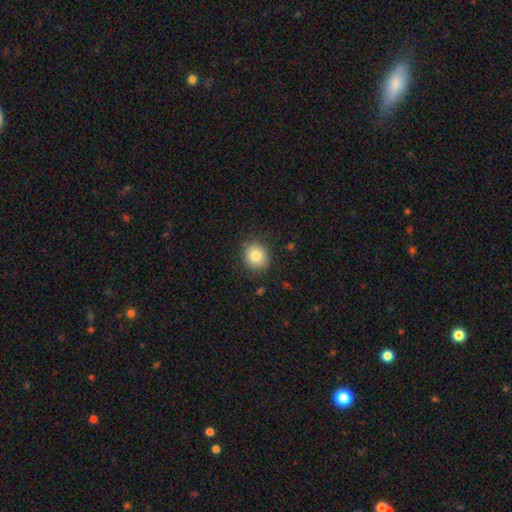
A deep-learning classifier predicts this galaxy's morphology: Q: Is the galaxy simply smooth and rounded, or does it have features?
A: smooth — 82%.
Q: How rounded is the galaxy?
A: round — 79%.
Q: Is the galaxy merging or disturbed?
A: none — 87%.